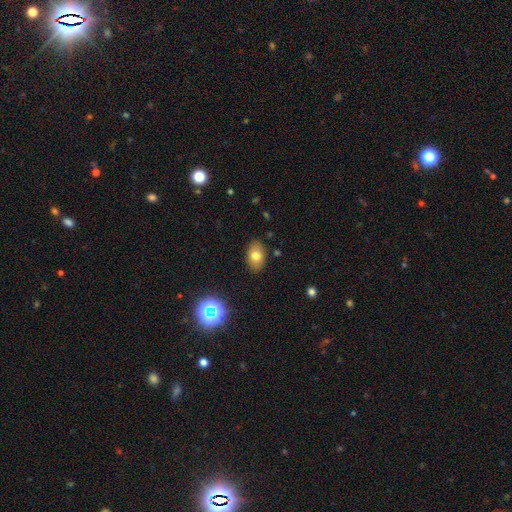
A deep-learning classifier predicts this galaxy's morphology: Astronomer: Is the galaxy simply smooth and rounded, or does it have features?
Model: smooth — 73%.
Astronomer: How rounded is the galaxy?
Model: in between — 85%.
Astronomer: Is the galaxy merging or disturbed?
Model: none — 87%.